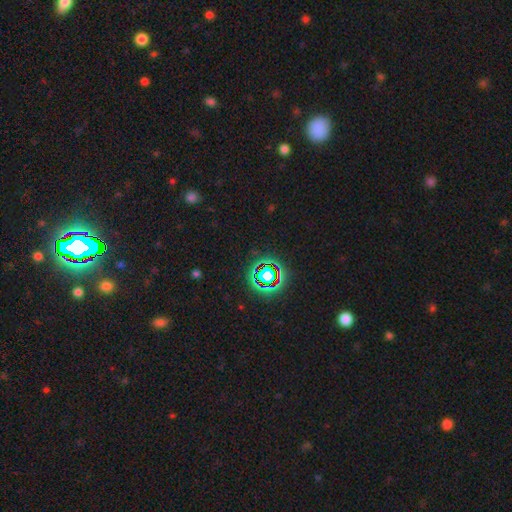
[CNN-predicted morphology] A star or artifact, not a galaxy (71%).

Vote fractions:
- Smooth or featured? star or artifact: 71% / smooth: 17% / featured or disk: 12%